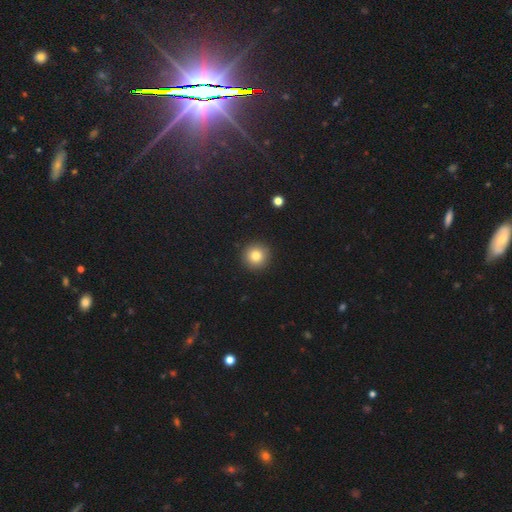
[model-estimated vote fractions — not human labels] The model was most divided on "smooth or featured": smooth: 81%, star or artifact: 11%, featured or disk: 8%. More confident: how rounded — round (95%); merging — none (92%).